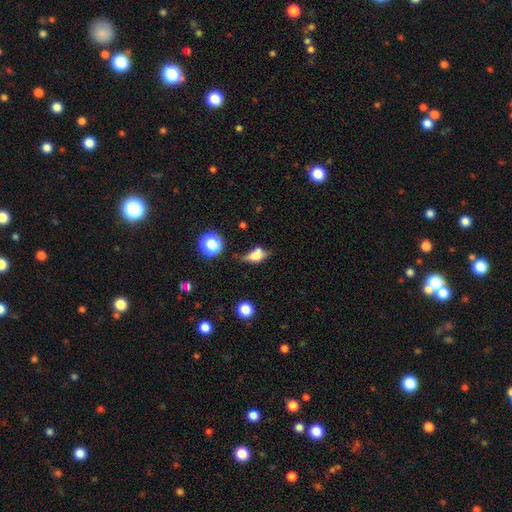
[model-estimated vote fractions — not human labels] This is possibly a smooth galaxy (59%). How rounded: likely in between (71%). Merging: possibly none (48%).